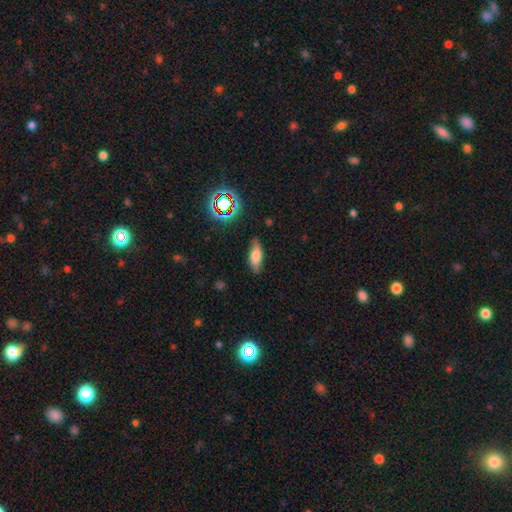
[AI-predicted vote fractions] Smooth or featured: smooth — 68% (featured or disk — 21%)
How rounded: in between — 69% (cigar-shaped — 27%)
Merging: none — 78% (minor disturbance — 17%)